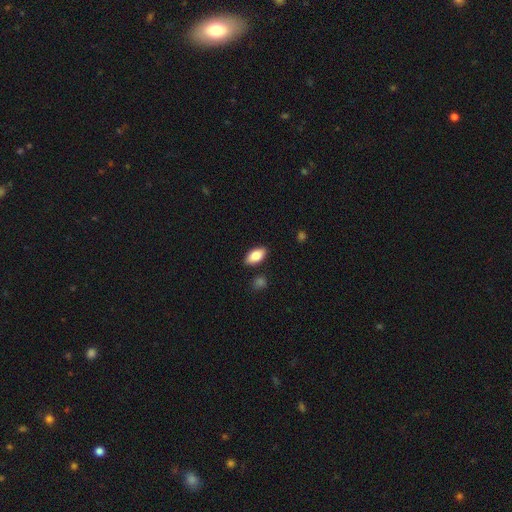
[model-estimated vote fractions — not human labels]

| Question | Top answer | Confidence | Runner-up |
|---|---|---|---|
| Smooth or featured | smooth | 84% | featured or disk (9%) |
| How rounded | in between | 92% | cigar-shaped (5%) |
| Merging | none | 86% | minor disturbance (9%) |